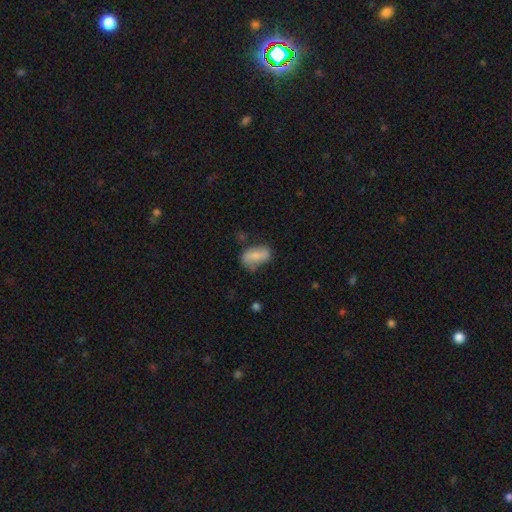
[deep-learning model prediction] A smooth galaxy with no disk features (68%) that is in between round and cigar-shaped (88%).

Vote fractions:
- Smooth or featured? smooth: 68% / featured or disk: 23% / star or artifact: 8%
- How rounded? in between: 88% / round: 6% / cigar-shaped: 6%
- Merging? none: 51% / minor disturbance: 31% / major disturbance: 13% / merger: 5%